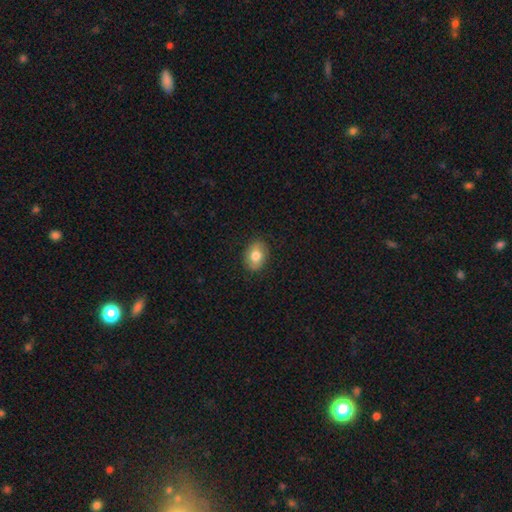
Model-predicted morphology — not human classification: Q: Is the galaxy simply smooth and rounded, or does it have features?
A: smooth — 78%.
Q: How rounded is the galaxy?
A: in between — 73%.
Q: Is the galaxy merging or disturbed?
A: none — 86%.